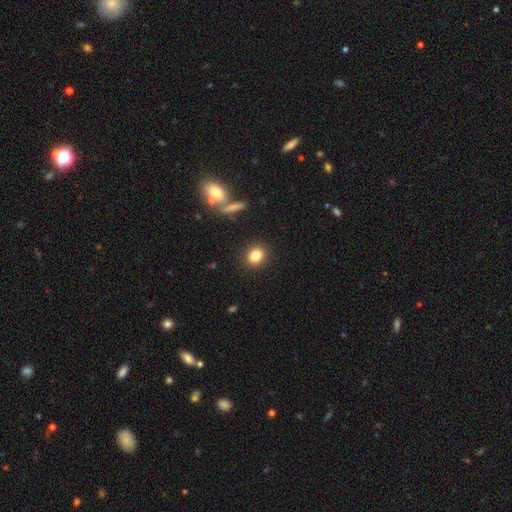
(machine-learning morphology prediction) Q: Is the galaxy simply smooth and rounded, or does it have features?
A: smooth — 83%.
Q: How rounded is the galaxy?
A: round — 67%.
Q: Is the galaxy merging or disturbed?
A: none — 88%.